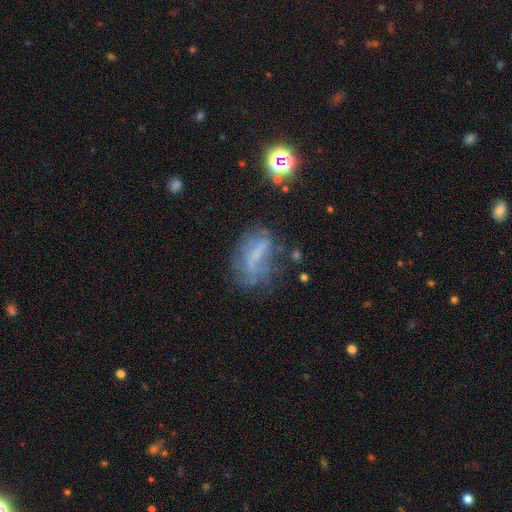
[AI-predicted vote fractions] Smooth or featured?
  - featured or disk: 50% *
  - smooth: 31%
  - star or artifact: 19%
Edge-on disk?
  - no: 90% *
  - yes: 10%
Merging?
  - none: 43% *
  - major disturbance: 27%
  - minor disturbance: 25%
  - merger: 5%